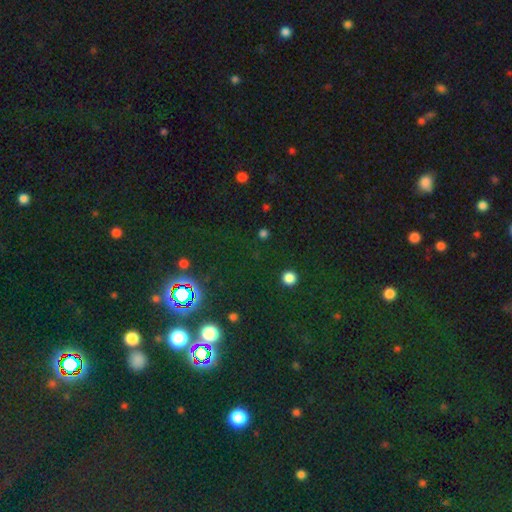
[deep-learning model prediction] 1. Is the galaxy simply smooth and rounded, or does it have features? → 74% star or artifact, 18% smooth, 8% featured or disk.